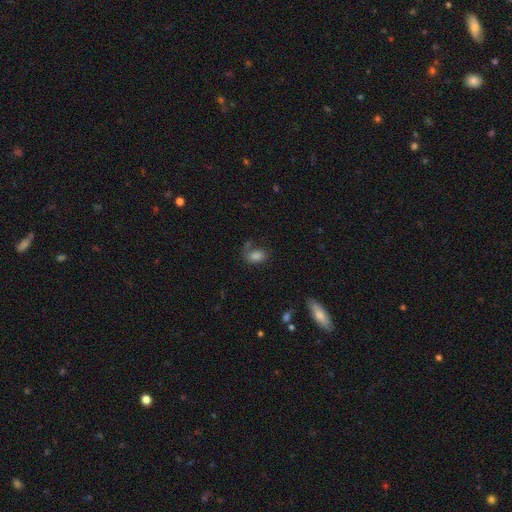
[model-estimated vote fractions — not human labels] Smooth or featured? Predicted: smooth (p=0.77). How rounded? Predicted: in between (p=0.87). Merging? Predicted: none (p=0.56).